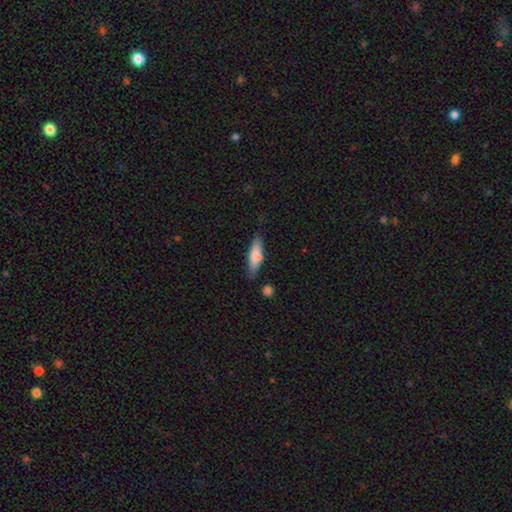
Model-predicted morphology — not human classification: A smooth galaxy with no disk features (74%) that is cigar-shaped (58%).

Vote fractions:
- Smooth or featured? smooth: 74% / featured or disk: 19% / star or artifact: 6%
- How rounded? cigar-shaped: 58% / in between: 40% / round: 2%
- Merging? none: 74% / minor disturbance: 18% / merger: 4% / major disturbance: 4%